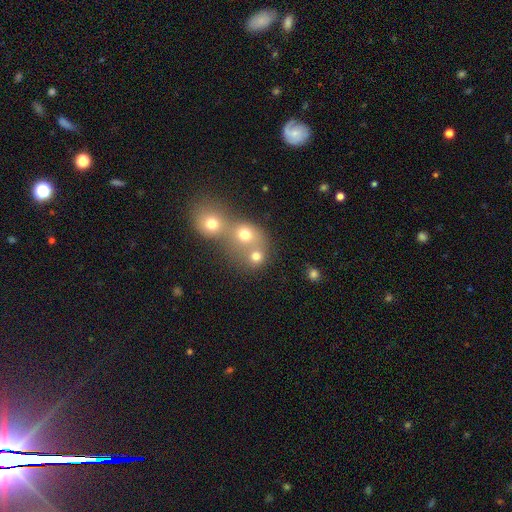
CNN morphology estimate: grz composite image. It shows a smooth galaxy with no disk features (66%) that is round (80%). Merging: merger (58%).